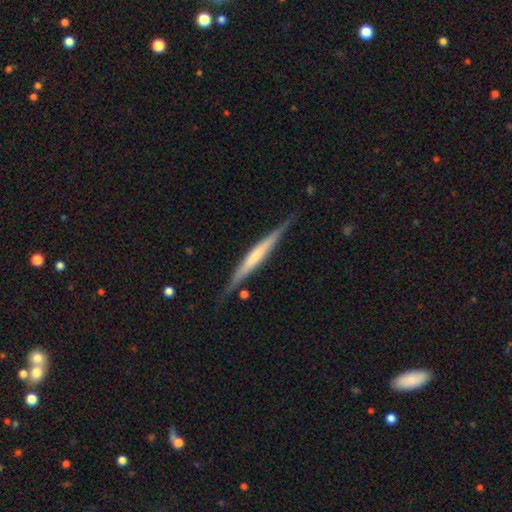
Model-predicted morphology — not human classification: The model was most divided on "edge-on bulge": none: 53%, rounded: 28%, boxy: 19%. More confident: edge-on disk — yes (97%); merging — none (83%); smooth or featured — featured or disk (60%).